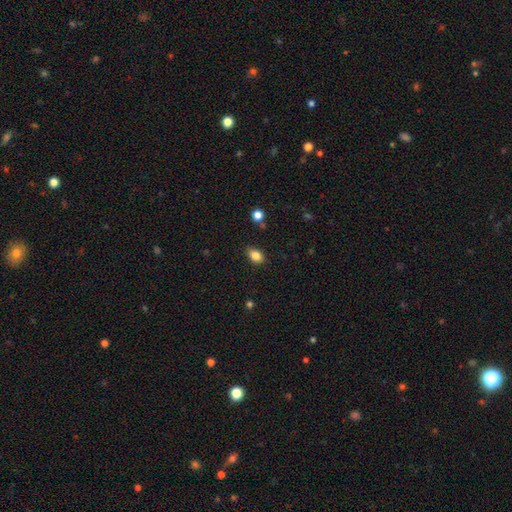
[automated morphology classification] smooth 83%, star or artifact 10%, featured or disk 7%. Down the decision tree: how rounded — in between (80%); merging — none (84%).